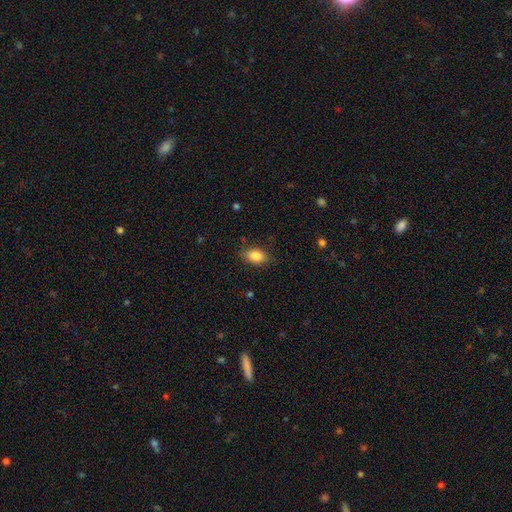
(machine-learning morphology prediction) A smooth galaxy with no disk features (86%) that is in between round and cigar-shaped (87%). Merging: none (81%).